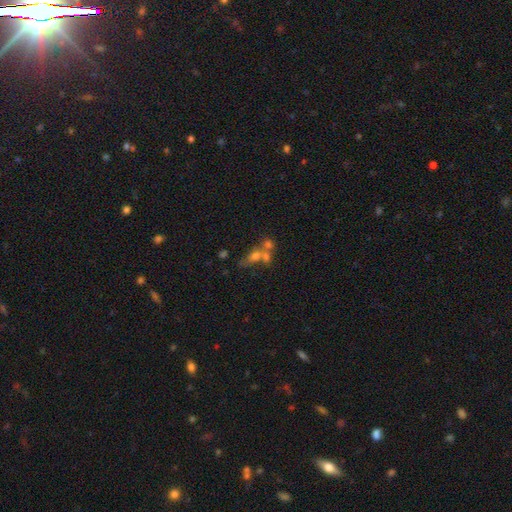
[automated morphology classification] smooth_or_featured: smooth (p=0.55) [alt: featured or disk p=0.29]
how_rounded: in between (p=0.47) [alt: round p=0.45]
merging: merger (p=0.58) [alt: none p=0.26]